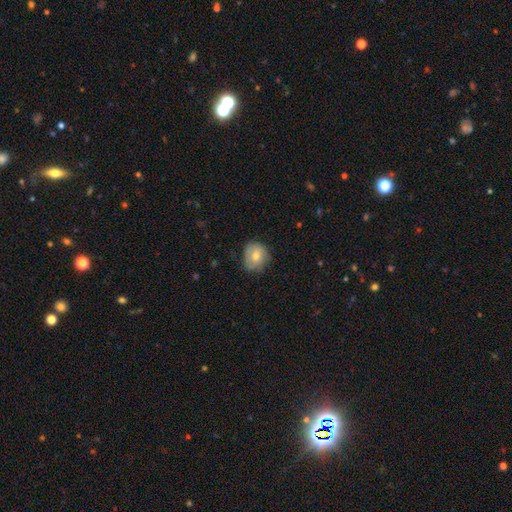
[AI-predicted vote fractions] smooth-or-featured: smooth: 66% | featured or disk: 25% | star or artifact: 9%
  how-rounded: round: 77% | in between: 22% | cigar-shaped: 1%
  merging: none: 72% | minor disturbance: 22% | major disturbance: 5% | merger: 1%